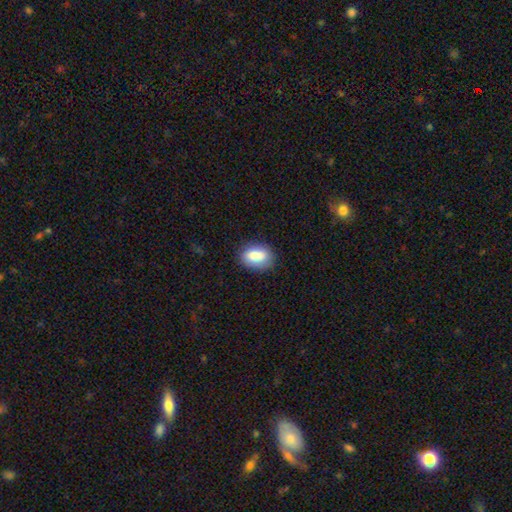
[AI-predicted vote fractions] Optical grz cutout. It shows a smooth galaxy with no disk features (83%) that is in between round and cigar-shaped (83%). Merging: none (81%).